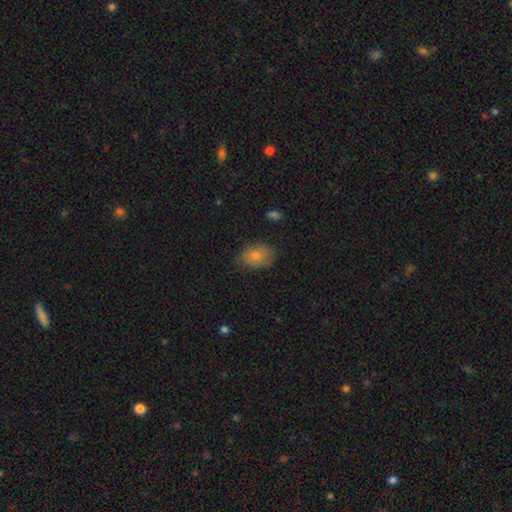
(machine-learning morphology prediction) Smooth or featured?
  - smooth: 75% *
  - featured or disk: 15%
  - star or artifact: 11%
How rounded?
  - in between: 78% *
  - round: 21%
  - cigar-shaped: 1%
Merging?
  - none: 75% *
  - minor disturbance: 20%
  - major disturbance: 4%
  - merger: 1%